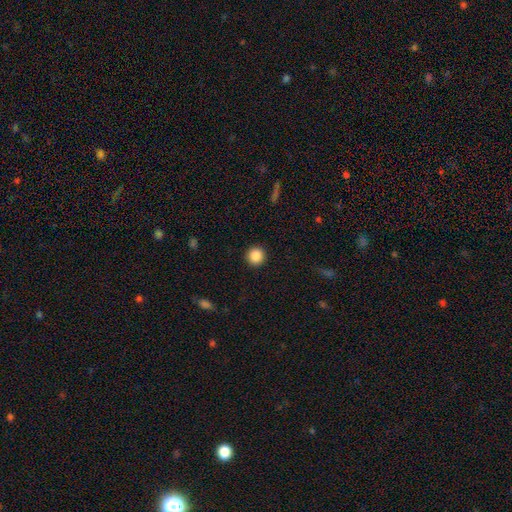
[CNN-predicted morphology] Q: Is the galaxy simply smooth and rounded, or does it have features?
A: smooth — 87%.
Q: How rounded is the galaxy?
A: round — 95%.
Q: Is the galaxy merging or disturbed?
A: none — 93%.